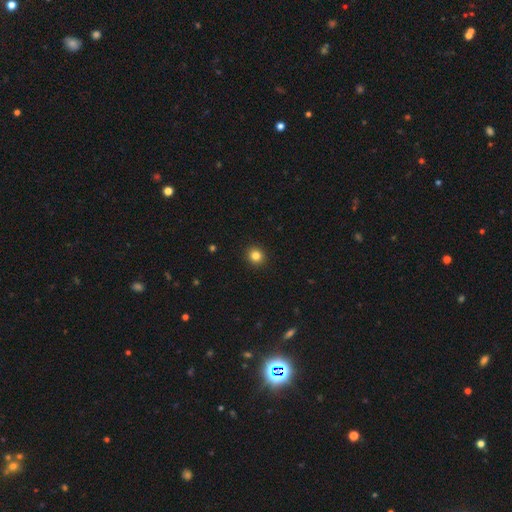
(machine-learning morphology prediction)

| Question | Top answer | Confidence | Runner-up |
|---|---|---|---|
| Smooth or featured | smooth | 83% | star or artifact (12%) |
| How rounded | round | 92% | in between (7%) |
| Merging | none | 93% | minor disturbance (4%) |